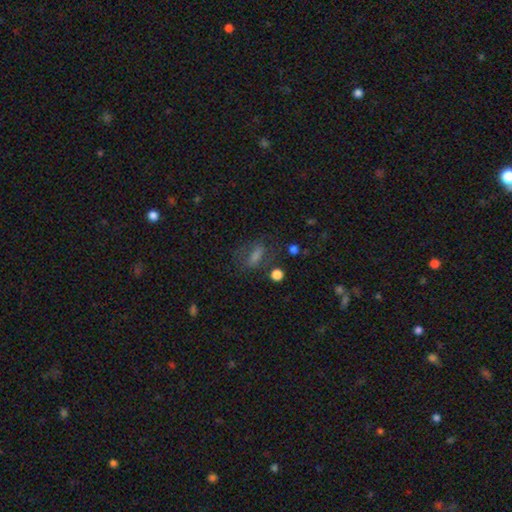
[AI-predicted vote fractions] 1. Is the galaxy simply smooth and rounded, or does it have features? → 53% smooth, 26% star or artifact, 21% featured or disk.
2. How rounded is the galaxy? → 57% in between, 31% cigar-shaped, 11% round.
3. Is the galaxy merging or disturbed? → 66% none, 17% minor disturbance, 13% major disturbance, 3% merger.